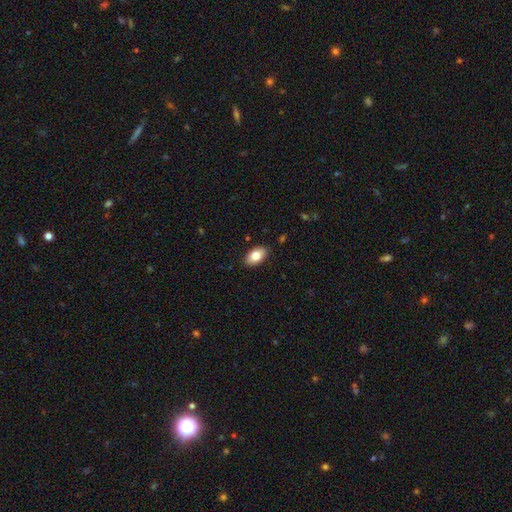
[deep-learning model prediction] smooth 79%, featured or disk 14%, star or artifact 7%. Down the decision tree: how rounded — in between (93%); merging — none (88%).